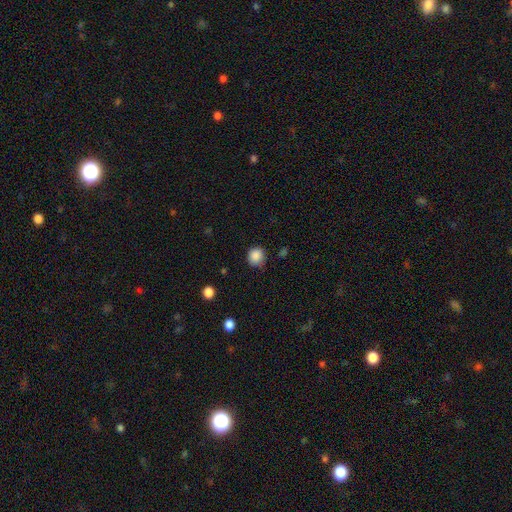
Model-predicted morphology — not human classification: A smooth galaxy with no disk features (87%) that is round (87%). Merging: none (78%).